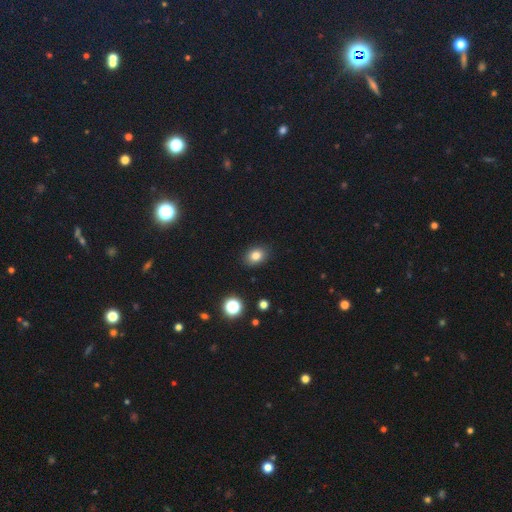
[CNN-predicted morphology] The model was most divided on "how rounded": in between: 61%, round: 38%, cigar-shaped: 1%. More confident: merging — none (88%); smooth or featured — smooth (82%).